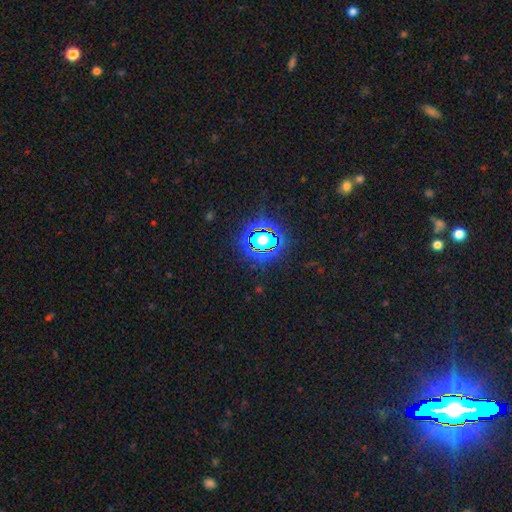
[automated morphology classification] Overall: star or artifact (83%).